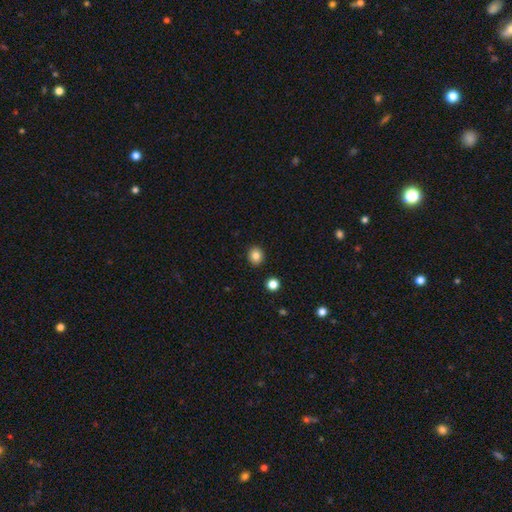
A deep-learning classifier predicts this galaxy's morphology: Q: Smooth or featured?
A: smooth (84%); runner-up: star or artifact (10%)
Q: How rounded?
A: round (74%); runner-up: in between (25%)
Q: Merging?
A: none (91%); runner-up: minor disturbance (6%)